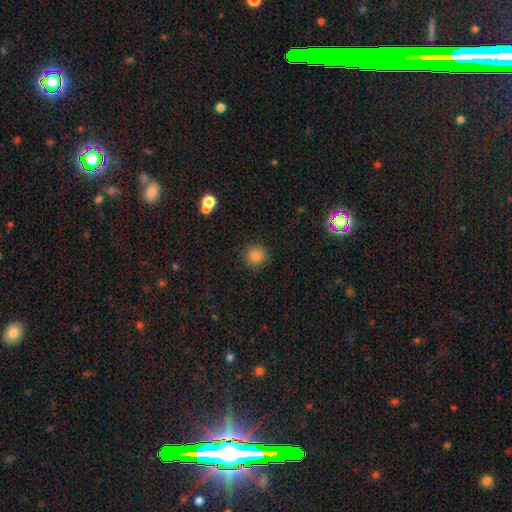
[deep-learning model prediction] The model was most divided on "smooth or featured": smooth: 82%, star or artifact: 12%, featured or disk: 6%. More confident: how rounded — round (90%); merging — none (88%).